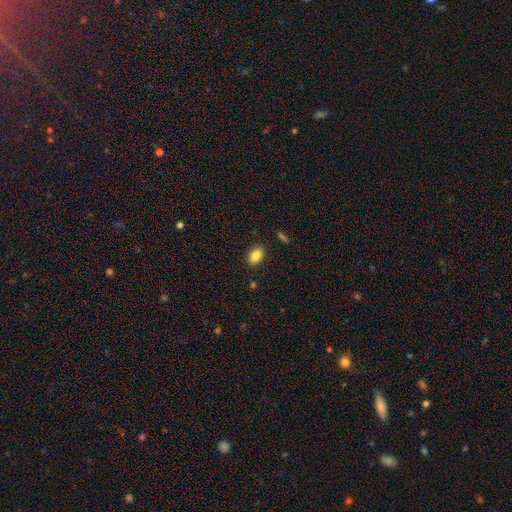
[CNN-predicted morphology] smooth_or_featured: smooth (p=0.86) [alt: star or artifact p=0.09]
how_rounded: in between (p=0.85) [alt: round p=0.13]
merging: none (p=0.86) [alt: minor disturbance p=0.09]